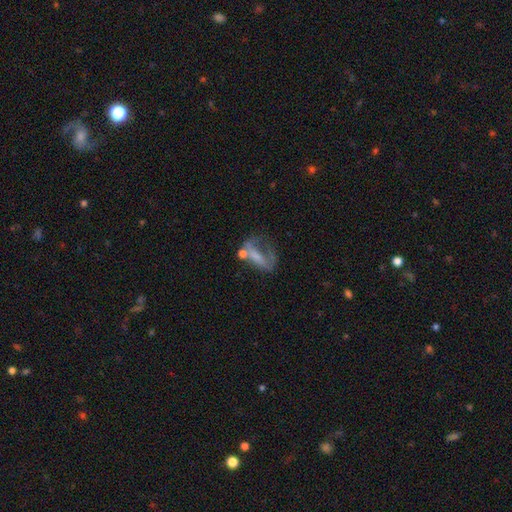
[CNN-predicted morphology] Smooth or featured? Predicted: featured or disk (p=0.43, tied with smooth). Merging? Predicted: major disturbance (p=0.43).